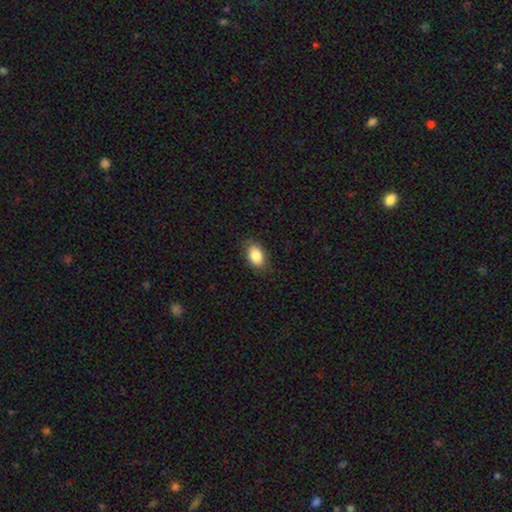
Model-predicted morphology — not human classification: A smooth galaxy with no disk features (85%) that is in between round and cigar-shaped (88%).

Vote fractions:
- Smooth or featured? smooth: 85% / star or artifact: 8% / featured or disk: 7%
- How rounded? in between: 88% / round: 10% / cigar-shaped: 2%
- Merging? none: 84% / minor disturbance: 12% / major disturbance: 3% / merger: 1%